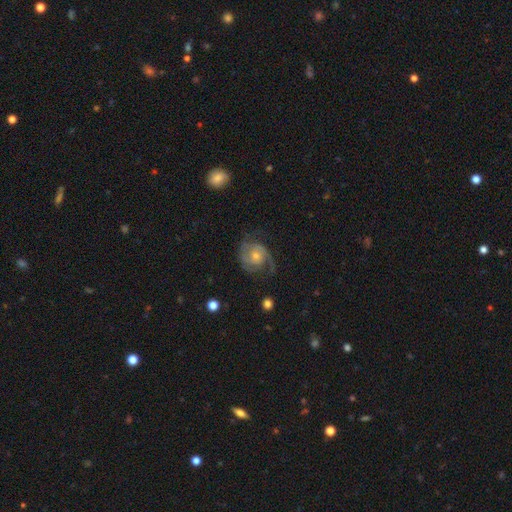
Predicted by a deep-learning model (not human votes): Smooth or featured? featured or disk (81%)
Edge-on disk? no (98%)
Bar? no (72%)
Spiral arms? yes (95%)
Spiral winding? medium (45%)
Spiral arm count? 2 (66%)
Bulge size? small (56%)
Merging? none (60%)